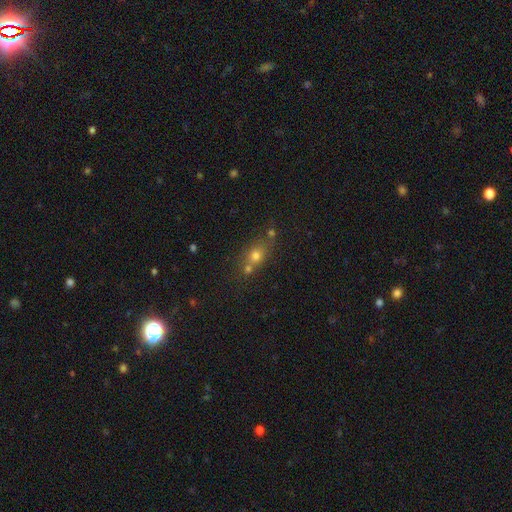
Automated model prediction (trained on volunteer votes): smooth_or_featured: smooth (p=0.66) [alt: star or artifact p=0.18]
how_rounded: round (p=0.57) [alt: in between p=0.39]
merging: none (p=0.49) [alt: merger p=0.35]